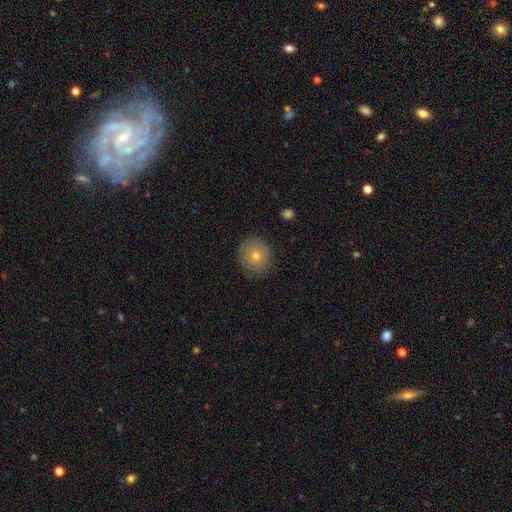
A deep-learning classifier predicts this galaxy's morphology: Smooth or featured?
  - smooth: 71% *
  - featured or disk: 17%
  - star or artifact: 11%
How rounded?
  - round: 82% *
  - in between: 17%
  - cigar-shaped: 1%
Merging?
  - none: 85% *
  - minor disturbance: 11%
  - major disturbance: 3%
  - merger: 1%